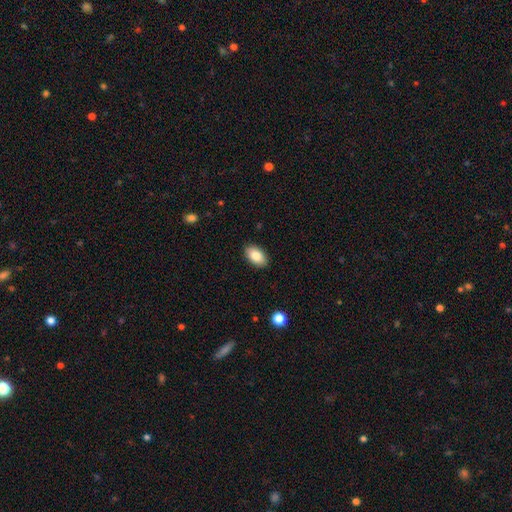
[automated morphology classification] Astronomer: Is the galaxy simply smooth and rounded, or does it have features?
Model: smooth — 84%.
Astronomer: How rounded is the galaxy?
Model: in between — 93%.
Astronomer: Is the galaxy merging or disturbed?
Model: none — 89%.